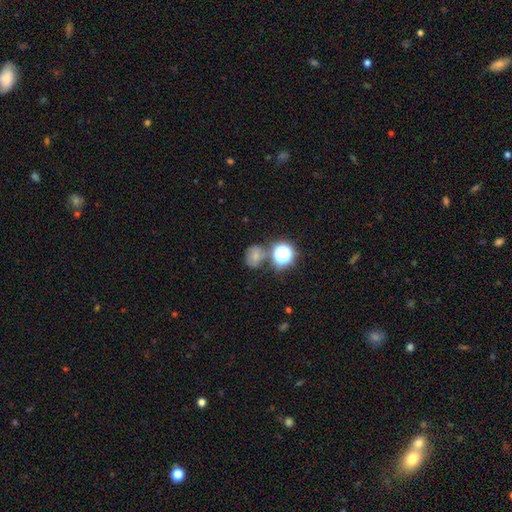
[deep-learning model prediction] Smooth or featured: smooth — 63% (star or artifact — 24%)
How rounded: round — 62% (in between — 37%)
Merging: none — 56% (merger — 18%)